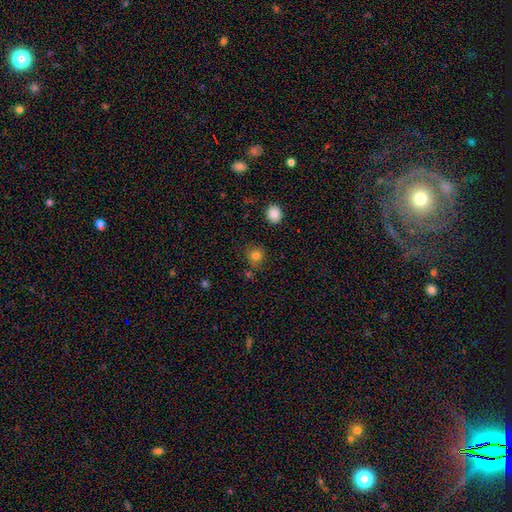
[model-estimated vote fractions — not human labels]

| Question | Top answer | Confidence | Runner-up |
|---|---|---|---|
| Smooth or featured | smooth | 80% | star or artifact (13%) |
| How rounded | round | 86% | in between (13%) |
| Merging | none | 78% | minor disturbance (13%) |